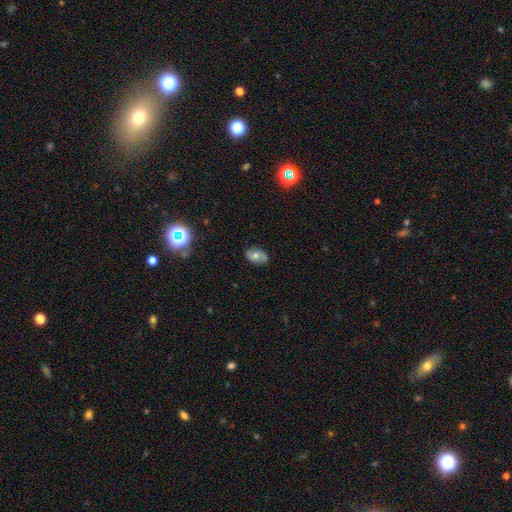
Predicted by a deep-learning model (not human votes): smooth_or_featured: featured or disk (p=0.47) [alt: smooth p=0.42]
merging: none (p=0.76) [alt: minor disturbance p=0.18]